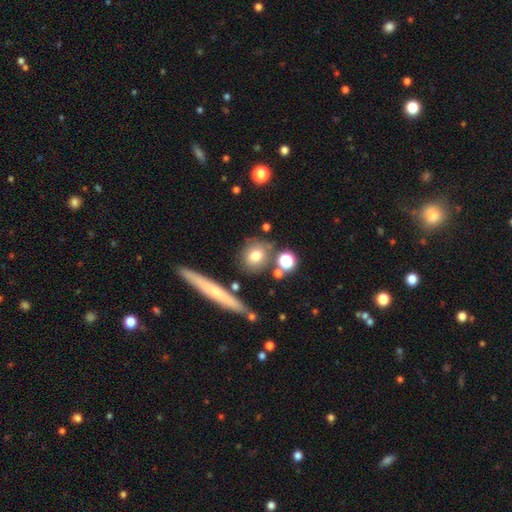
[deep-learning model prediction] Smooth or featured?
  - smooth: 73% *
  - featured or disk: 16%
  - star or artifact: 11%
How rounded?
  - round: 72% *
  - in between: 22%
  - cigar-shaped: 6%
Merging?
  - none: 72% *
  - minor disturbance: 12%
  - merger: 12%
  - major disturbance: 4%